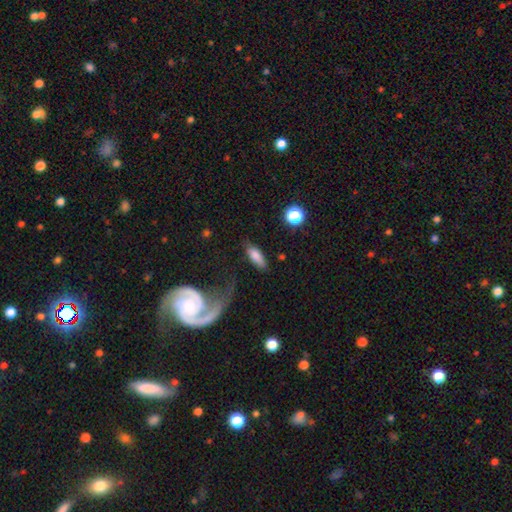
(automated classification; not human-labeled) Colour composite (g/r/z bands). It shows a smooth galaxy with no disk features (75%) that is in between round and cigar-shaped (74%). Merging: none (65%).